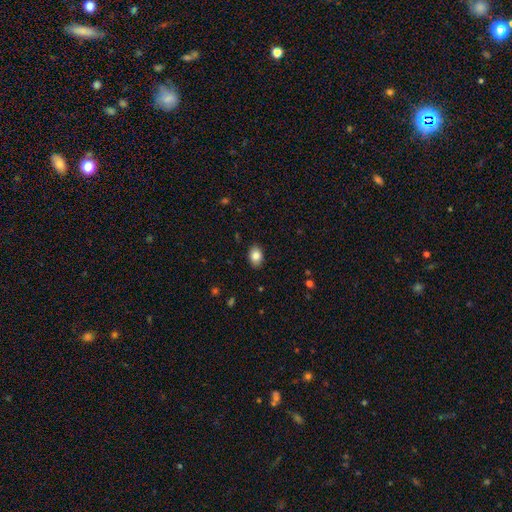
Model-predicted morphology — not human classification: smooth_or_featured: smooth (p=0.85) [alt: star or artifact p=0.08]
how_rounded: in between (p=0.79) [alt: round p=0.20]
merging: none (p=0.88) [alt: minor disturbance p=0.09]